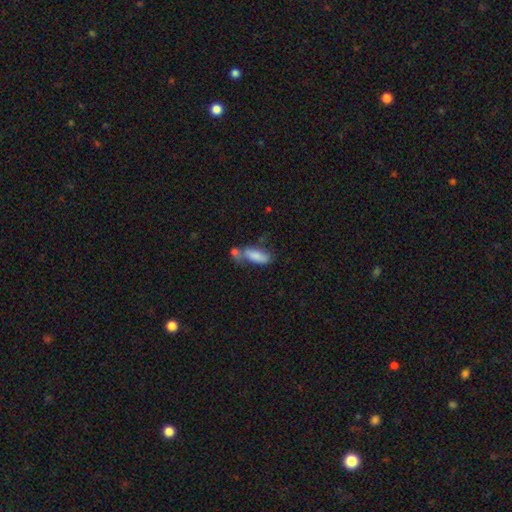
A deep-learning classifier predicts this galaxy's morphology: Smooth or featured?
  - smooth: 79% *
  - featured or disk: 13%
  - star or artifact: 8%
How rounded?
  - in between: 65% *
  - cigar-shaped: 32%
  - round: 2%
Merging?
  - merger: 35% * (tied)
  - none: 35% * (tied)
  - minor disturbance: 20%
  - major disturbance: 10%